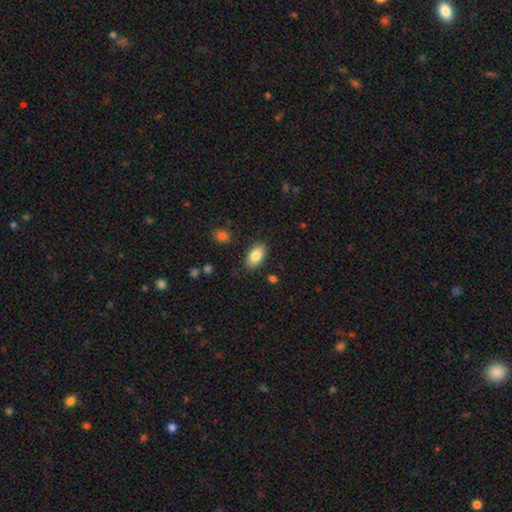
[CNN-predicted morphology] Smooth or featured? Predicted: smooth (p=0.83). How rounded? Predicted: in between (p=0.92). Merging? Predicted: none (p=0.86).